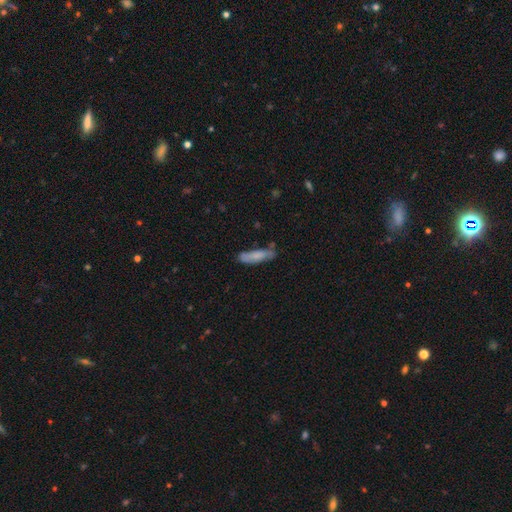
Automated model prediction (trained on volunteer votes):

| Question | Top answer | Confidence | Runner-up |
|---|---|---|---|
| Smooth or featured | smooth | 72% | featured or disk (21%) |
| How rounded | cigar-shaped | 65% | in between (34%) |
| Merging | none | 63% | minor disturbance (26%) |